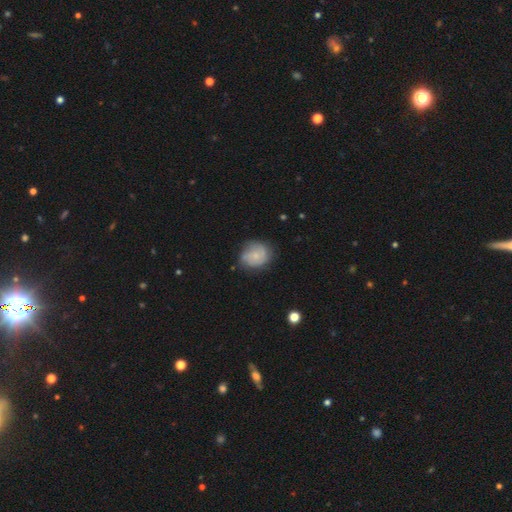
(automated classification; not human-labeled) A smooth galaxy with no disk features (56%) that is round (74%).

Vote fractions:
- Smooth or featured? smooth: 56% / featured or disk: 36% / star or artifact: 8%
- How rounded? round: 74% / in between: 25% / cigar-shaped: 1%
- Merging? none: 63% / minor disturbance: 27% / major disturbance: 8% / merger: 2%